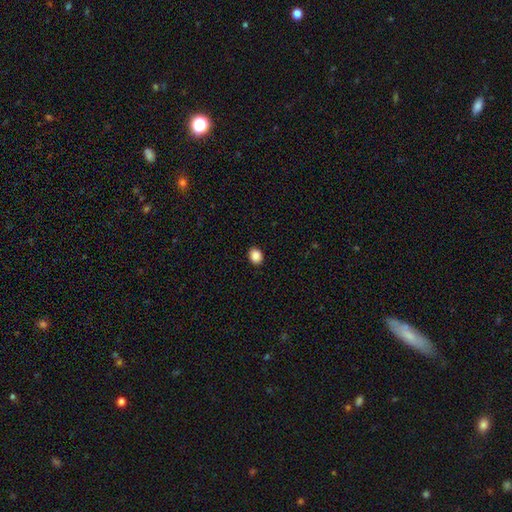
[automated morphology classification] Overall: smooth (89%). How rounded: round (51%; in between 48%). Merging: none (91%).